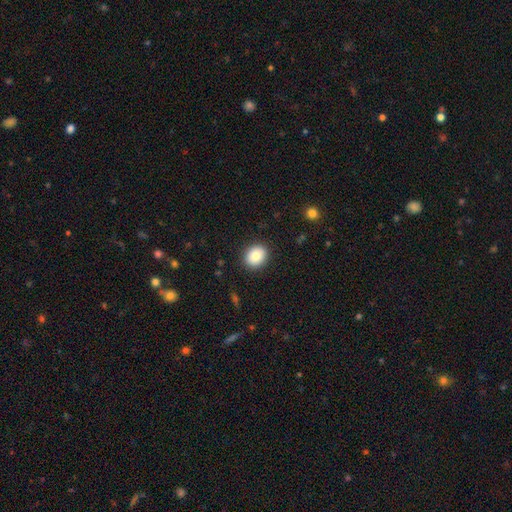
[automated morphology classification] This is clearly a smooth galaxy (83%). How rounded: likely round (61%). Merging: clearly none (90%).